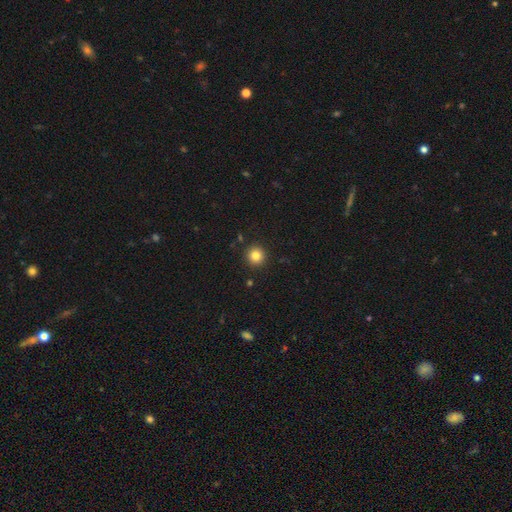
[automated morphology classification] Overall: smooth (82%). How rounded: round (95%). Merging: none (92%).